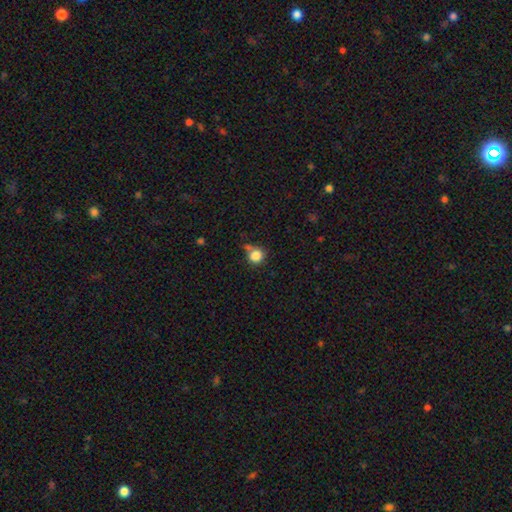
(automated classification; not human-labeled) Smooth or featured? Predicted: smooth (p=0.84). How rounded? Predicted: round (p=0.89). Merging? Predicted: none (p=0.62).